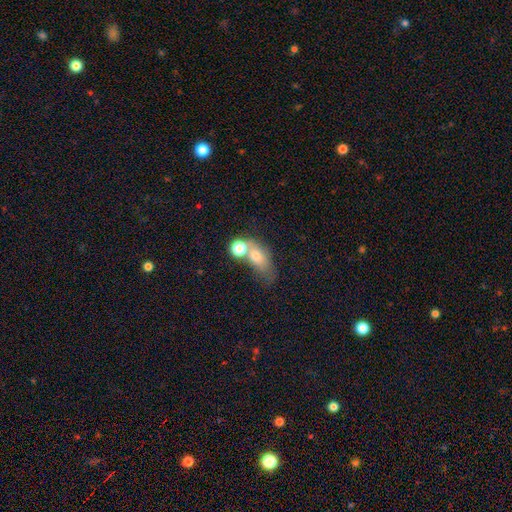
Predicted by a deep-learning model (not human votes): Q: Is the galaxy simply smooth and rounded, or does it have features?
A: smooth — 68%.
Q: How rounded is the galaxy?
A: in between — 67%.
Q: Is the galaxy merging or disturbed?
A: merger — 48%.